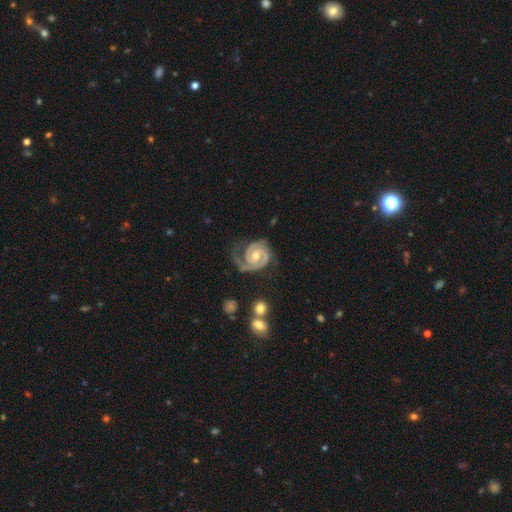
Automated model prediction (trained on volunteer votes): smooth-or-featured: featured or disk: 91% | smooth: 5% | star or artifact: 4%
  disk-edge-on: no: 98% | yes: 2%
    bar: no: 65% | weak: 28% | strong: 7%
    has-spiral-arms: yes: 98% | no: 2%
      spiral-winding: tight: 63% | medium: 30% | loose: 6%
      spiral-arm-count: 2: 66% | 1: 21% | 3: 6% | can't tell: 4% | 4: 1% | more than 4: 1%
    bulge-size: moderate: 65% | small: 29% | large: 4% | none: 1% | dominant: 1%
  merging: none: 62% | minor disturbance: 21% | major disturbance: 15% | merger: 3%